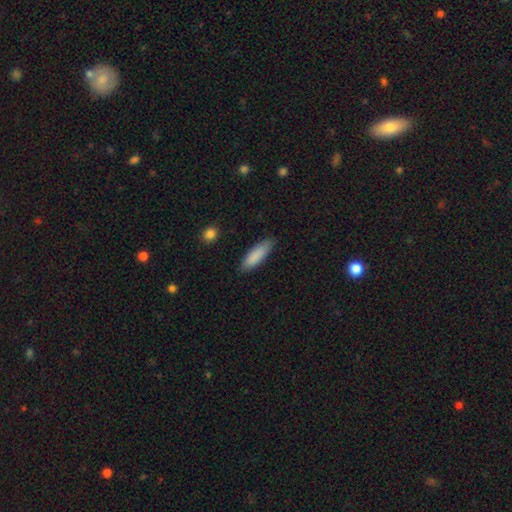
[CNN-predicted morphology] Smooth or featured? Predicted: smooth (p=0.87). How rounded? Predicted: cigar-shaped (p=0.50). Merging? Predicted: none (p=0.86).